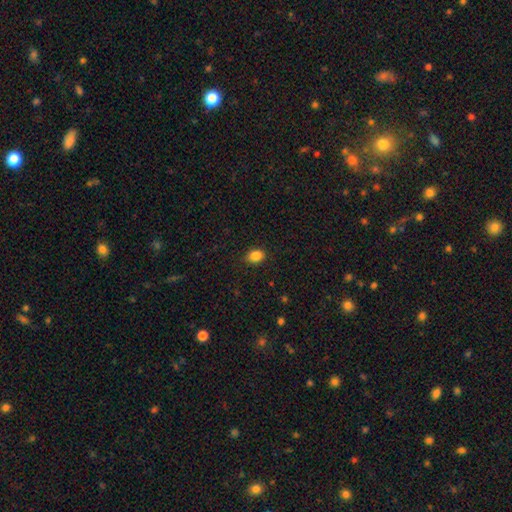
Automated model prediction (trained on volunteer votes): This is clearly a smooth galaxy (86%). How rounded: possibly in between (58%). Merging: clearly none (87%).